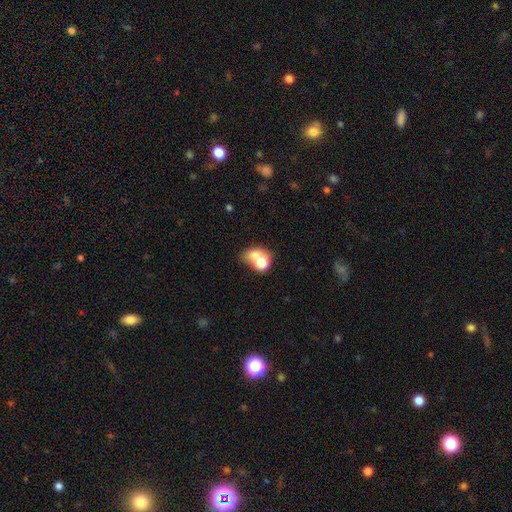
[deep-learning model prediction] Q: Smooth or featured?
A: smooth (66%); runner-up: featured or disk (21%)
Q: How rounded?
A: round (51%); runner-up: in between (48%)
Q: Merging?
A: merger (59%); runner-up: none (25%)